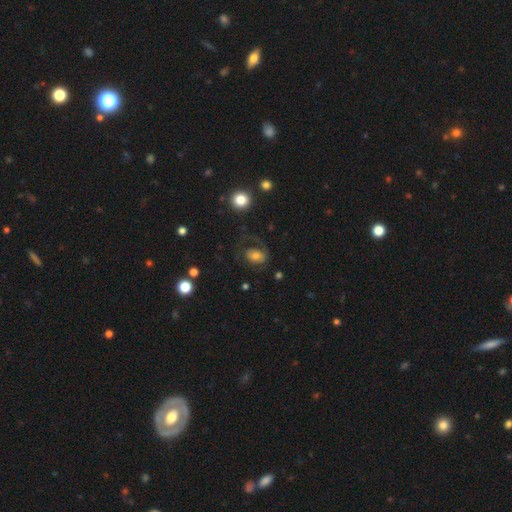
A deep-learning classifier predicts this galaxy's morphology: Q: Smooth or featured?
A: smooth (56%); runner-up: featured or disk (32%)
Q: How rounded?
A: in between (64%); runner-up: round (34%)
Q: Merging?
A: none (54%); runner-up: major disturbance (25%)